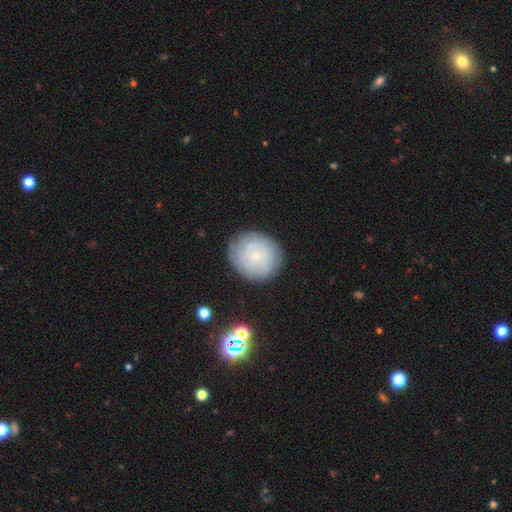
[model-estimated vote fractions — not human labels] Smooth or featured: featured or disk — 49% (smooth — 42%)
Merging: none — 82% (minor disturbance — 12%)